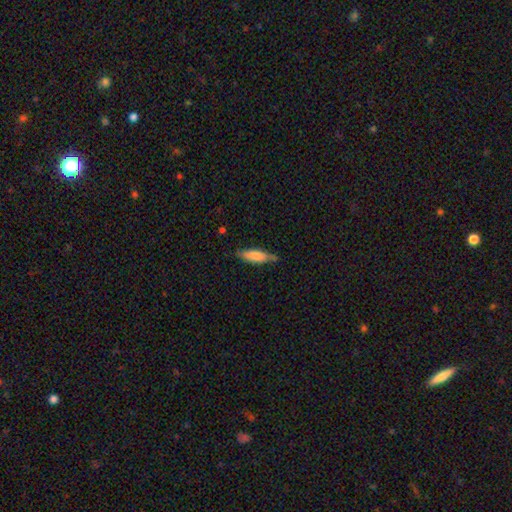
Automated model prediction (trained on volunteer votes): This appears to be a smooth galaxy with no disk features (72%) that is cigar-shaped (62%). Merging: none (73%).